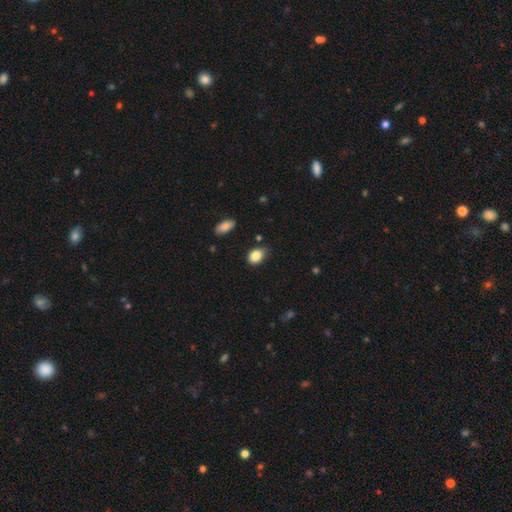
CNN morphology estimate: type=smooth (86%); roundness=in between (72%); merging=none (71%).